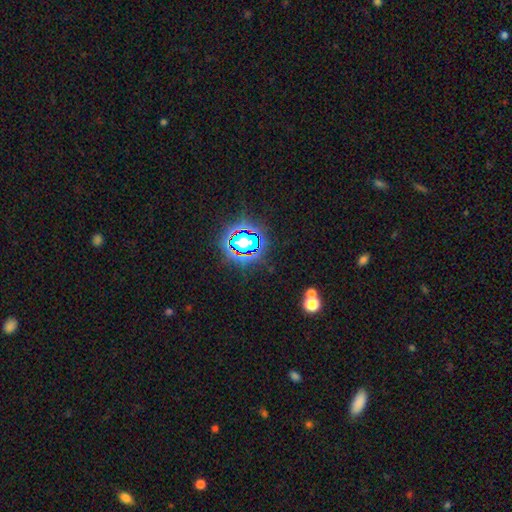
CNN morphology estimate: Smooth or featured? Predicted: star or artifact (p=0.78).